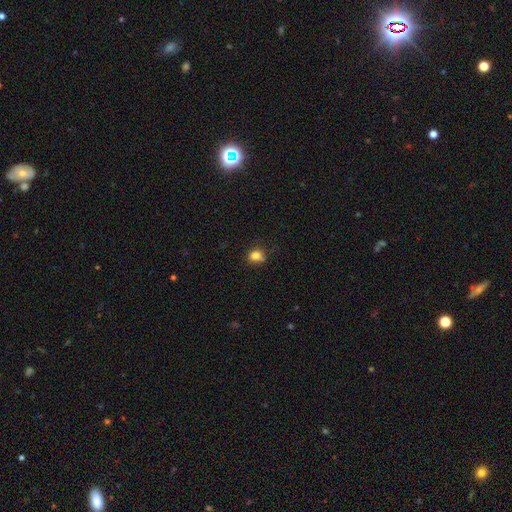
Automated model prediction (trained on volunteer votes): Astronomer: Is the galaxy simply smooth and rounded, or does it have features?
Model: smooth — 81%.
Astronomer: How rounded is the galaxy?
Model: round — 58% (runner-up: in between, 41%).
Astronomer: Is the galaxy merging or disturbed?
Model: none — 60%.